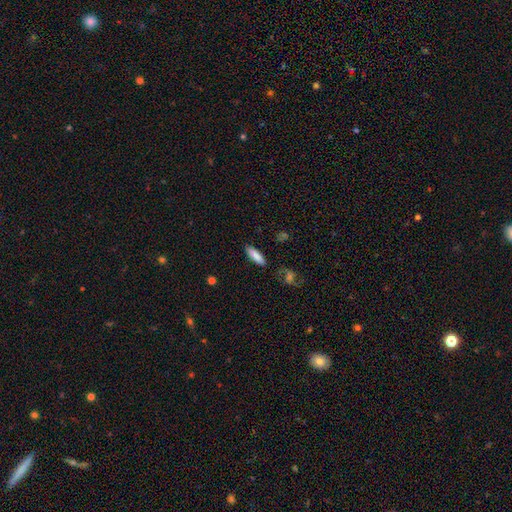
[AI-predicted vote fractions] smooth_or_featured: smooth (p=0.84) [alt: featured or disk p=0.10]
how_rounded: cigar-shaped (p=0.54) [alt: in between p=0.44]
merging: none (p=0.83) [alt: minor disturbance p=0.11]